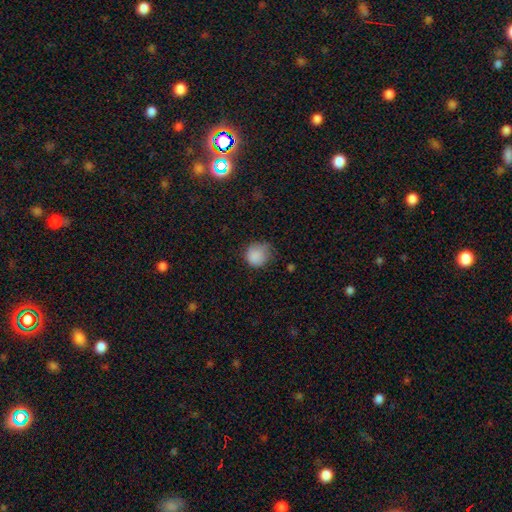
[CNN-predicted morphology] A smooth galaxy with no disk features (86%) that is round (82%).

Vote fractions:
- Smooth or featured? smooth: 86% / star or artifact: 9% / featured or disk: 5%
- How rounded? round: 82% / in between: 17% / cigar-shaped: 1%
- Merging? none: 56% / minor disturbance: 32% / major disturbance: 10% / merger: 2%